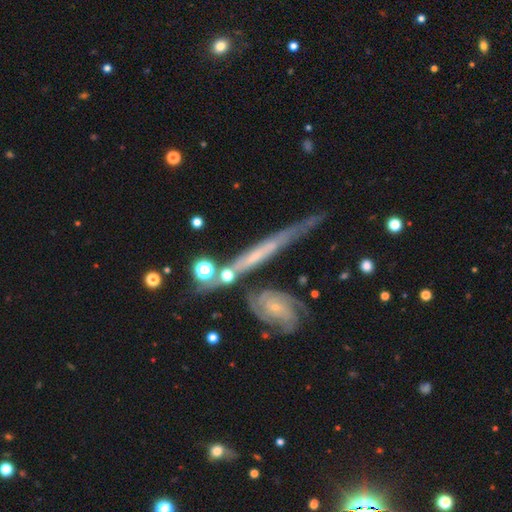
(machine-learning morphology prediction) Smooth or featured?
  - featured or disk: 68% *
  - smooth: 23%
  - star or artifact: 10%
Edge-on disk?
  - yes: 72% *
  - no: 28%
Merging?
  - none: 61% *
  - minor disturbance: 19%
  - merger: 13%
  - major disturbance: 7%